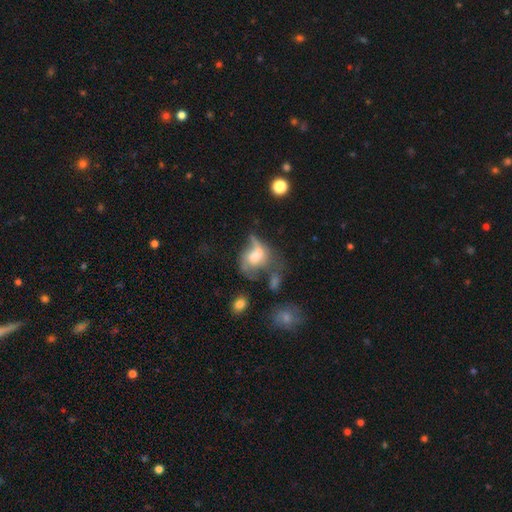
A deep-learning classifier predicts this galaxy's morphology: Smooth or featured?
  - featured or disk: 50% *
  - smooth: 38%
  - star or artifact: 12%
Edge-on disk?
  - no: 96% *
  - yes: 4%
Merging?
  - major disturbance: 36% *
  - merger: 25%
  - none: 22%
  - minor disturbance: 16%